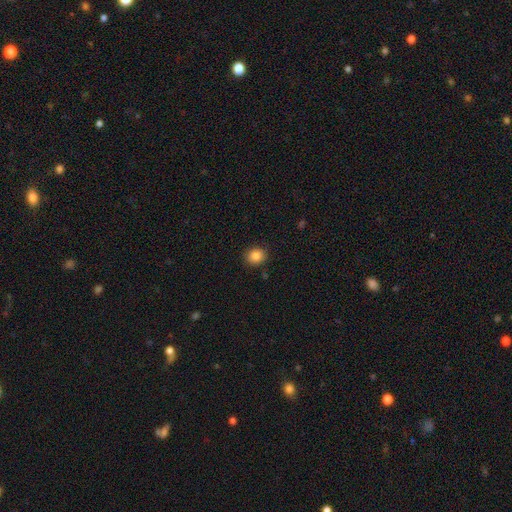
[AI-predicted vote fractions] Smooth or featured: smooth — 86% (star or artifact — 10%)
How rounded: round — 73% (in between — 27%)
Merging: none — 89% (minor disturbance — 8%)